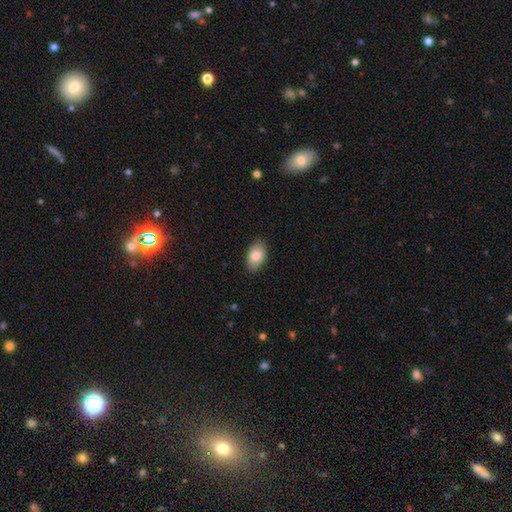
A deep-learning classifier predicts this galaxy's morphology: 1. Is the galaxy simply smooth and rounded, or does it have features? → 83% smooth, 10% featured or disk, 7% star or artifact.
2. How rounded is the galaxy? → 92% in between, 6% round, 2% cigar-shaped.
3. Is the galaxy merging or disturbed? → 87% none, 10% minor disturbance, 2% major disturbance, 1% merger.